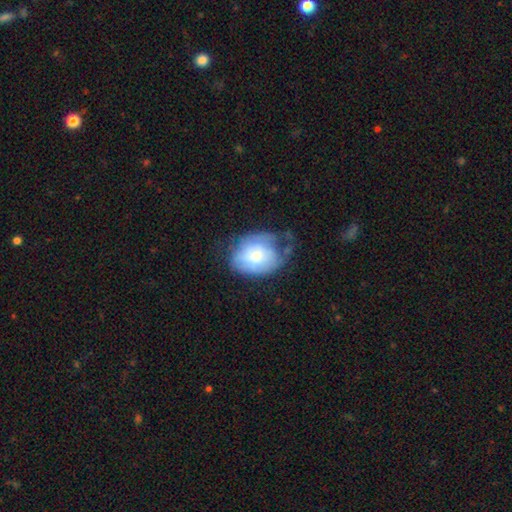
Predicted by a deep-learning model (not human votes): smooth-or-featured: smooth: 56% | featured or disk: 37% | star or artifact: 7%
  how-rounded: in between: 60% | round: 39% | cigar-shaped: 1%
  merging: none: 36% | minor disturbance: 35% | major disturbance: 26% | merger: 3%